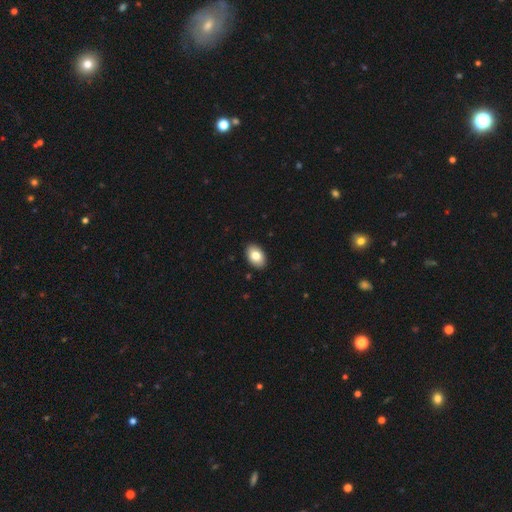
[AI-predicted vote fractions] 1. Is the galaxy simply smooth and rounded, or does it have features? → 82% smooth, 11% featured or disk, 7% star or artifact.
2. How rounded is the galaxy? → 90% in between, 8% round, 1% cigar-shaped.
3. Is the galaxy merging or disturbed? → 91% none, 7% minor disturbance, 2% major disturbance, 1% merger.